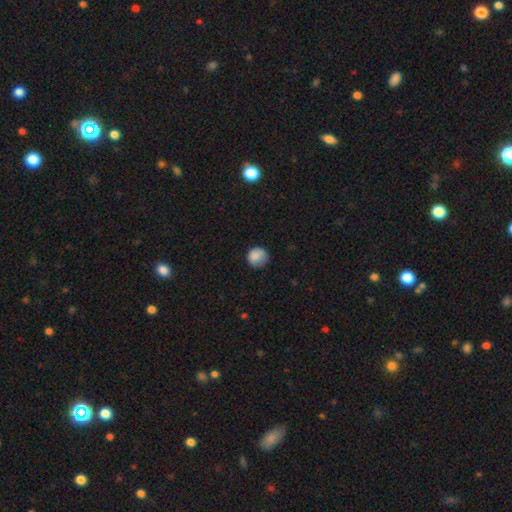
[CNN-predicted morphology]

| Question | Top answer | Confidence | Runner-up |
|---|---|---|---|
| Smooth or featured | smooth | 84% | star or artifact (9%) |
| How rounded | round | 88% | in between (11%) |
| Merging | none | 69% | minor disturbance (23%) |